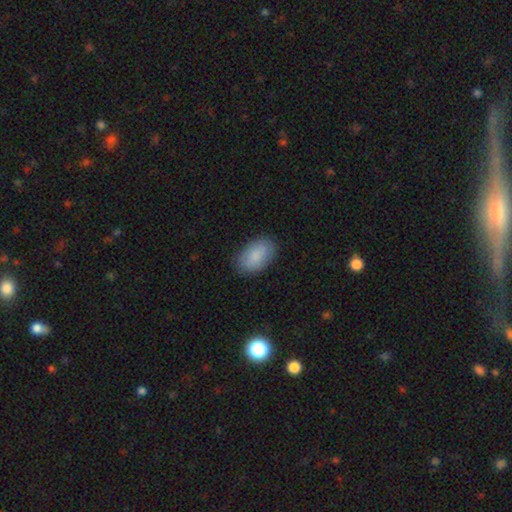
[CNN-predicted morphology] This is clearly a smooth galaxy (87%). How rounded: clearly in between (93%). Merging: clearly none (84%).